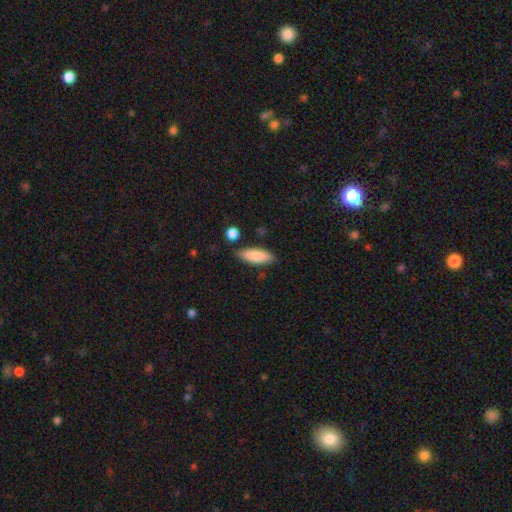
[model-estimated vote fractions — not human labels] Smooth or featured? smooth (86%)
How rounded? in between (67%)
Merging? none (80%)